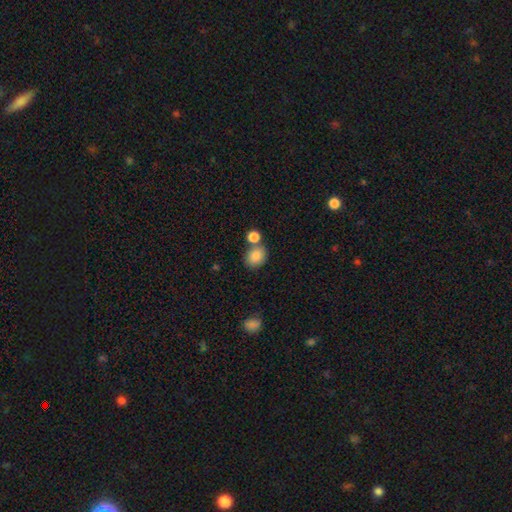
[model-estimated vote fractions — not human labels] Smooth or featured? smooth (86%)
How rounded? round (61%)
Merging? none (60%)